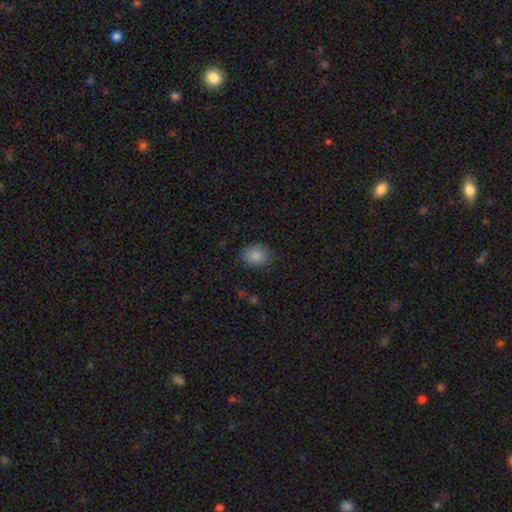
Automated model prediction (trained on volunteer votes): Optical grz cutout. It shows a smooth galaxy with no disk features (87%) that is in between round and cigar-shaped (50%). Merging: none (84%).